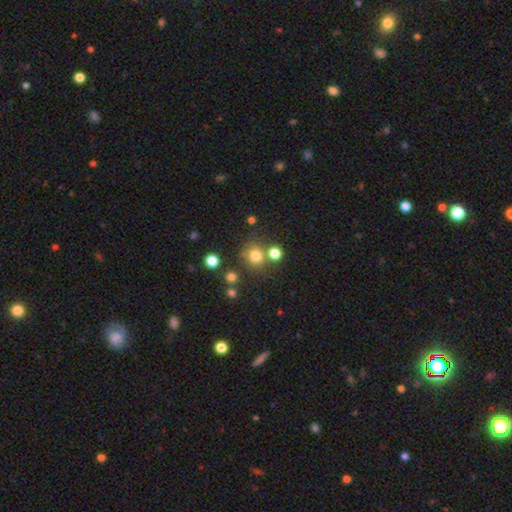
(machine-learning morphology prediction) smooth 76%, star or artifact 16%, featured or disk 8%. Down the decision tree: how rounded — round (89%); merging — none (71%).